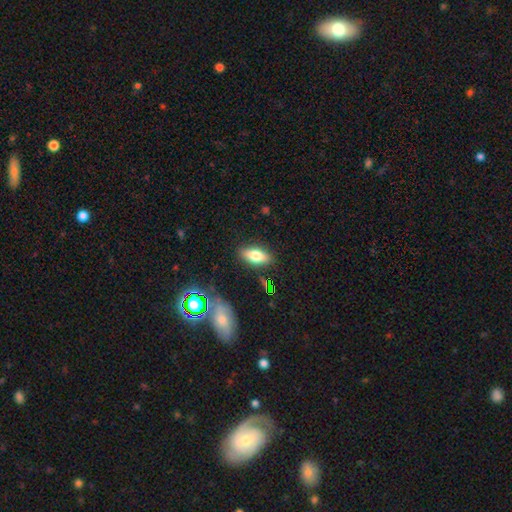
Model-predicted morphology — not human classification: The model was most divided on "smooth or featured": smooth: 70%, featured or disk: 20%, star or artifact: 10%. More confident: merging — none (85%); how rounded — in between (80%).